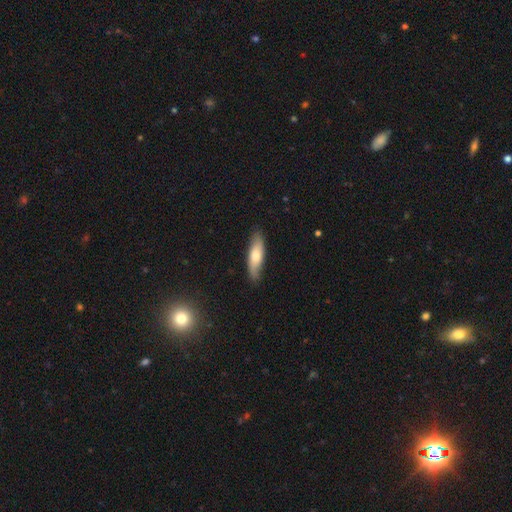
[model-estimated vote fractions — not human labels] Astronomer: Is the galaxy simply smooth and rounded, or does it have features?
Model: smooth — 67%.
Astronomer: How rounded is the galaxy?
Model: cigar-shaped — 56% (runner-up: in between, 42%).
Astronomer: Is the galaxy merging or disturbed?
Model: none — 83%.